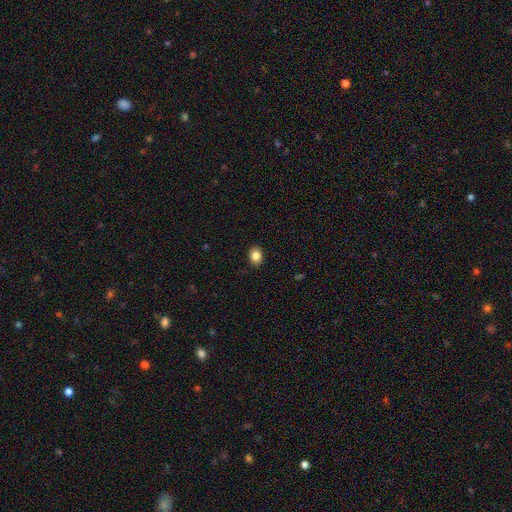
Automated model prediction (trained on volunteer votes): This is clearly a smooth galaxy (85%). How rounded: likely in between (64%). Merging: clearly none (90%).